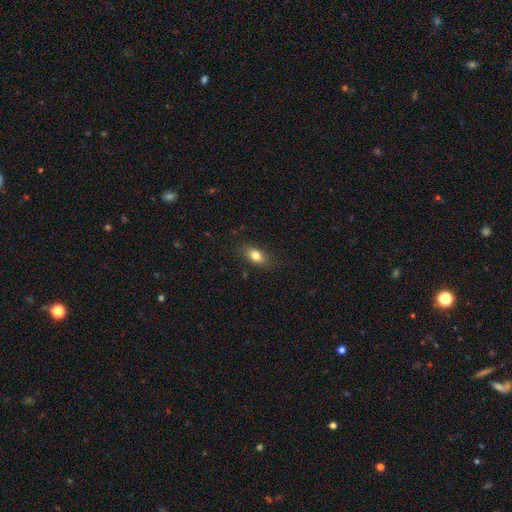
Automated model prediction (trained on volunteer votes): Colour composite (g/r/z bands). It shows a smooth galaxy with no disk features (80%) that is in between round and cigar-shaped (83%). Merging: none (83%).